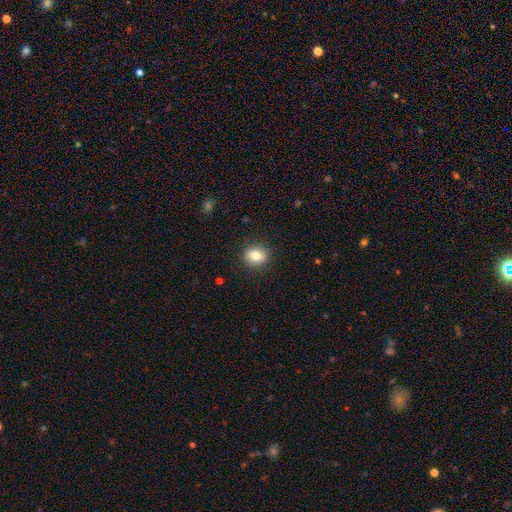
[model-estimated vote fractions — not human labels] smooth_or_featured: smooth (p=0.79) [alt: featured or disk p=0.12]
how_rounded: round (p=0.59) [alt: in between p=0.40]
merging: none (p=0.89) [alt: minor disturbance p=0.08]